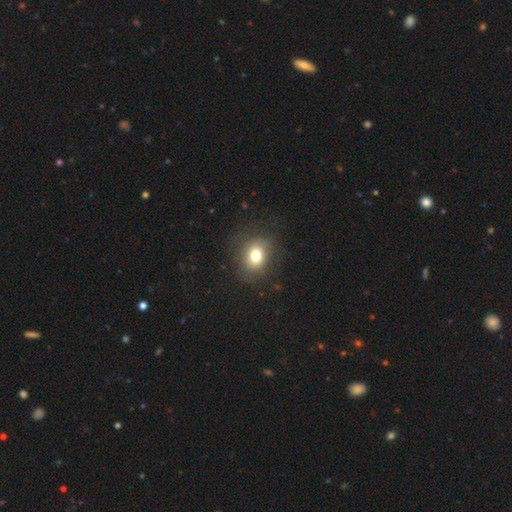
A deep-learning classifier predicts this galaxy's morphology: smooth 75%, star or artifact 13%, featured or disk 12%. Down the decision tree: how rounded — round (60%); merging — none (81%).